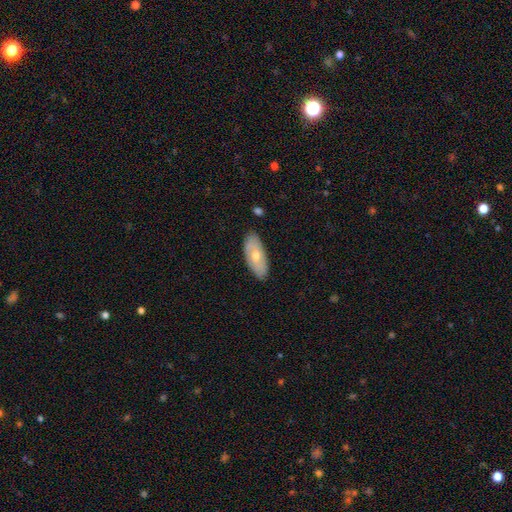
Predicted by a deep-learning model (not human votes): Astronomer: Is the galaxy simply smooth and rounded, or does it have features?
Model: smooth — 52% (runner-up: featured or disk, 42%).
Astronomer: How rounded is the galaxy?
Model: in between — 86%.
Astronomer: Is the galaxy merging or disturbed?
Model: none — 85%.